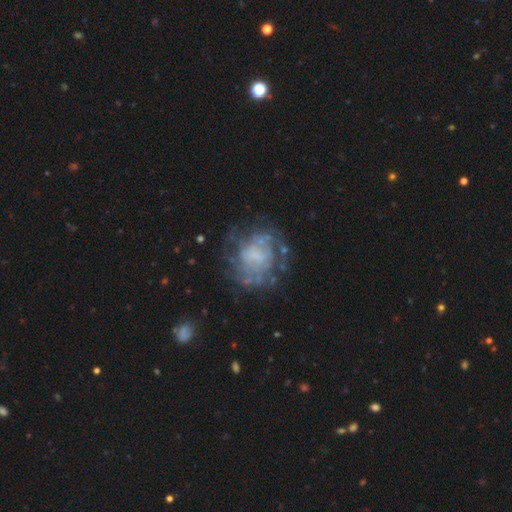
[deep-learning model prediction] Smooth or featured? featured or disk (68%)
Edge-on disk? no (98%)
Bar? no (70%)
Spiral arms? yes (51%)
Bulge size? none (52%)
Merging? none (59%)